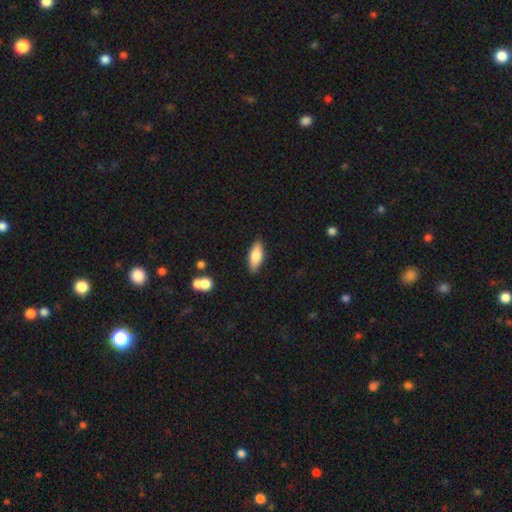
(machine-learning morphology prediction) Smooth or featured?
  - smooth: 78% *
  - featured or disk: 16%
  - star or artifact: 6%
How rounded?
  - in between: 75% *
  - cigar-shaped: 23%
  - round: 2%
Merging?
  - none: 86% *
  - minor disturbance: 10%
  - major disturbance: 2%
  - merger: 2%